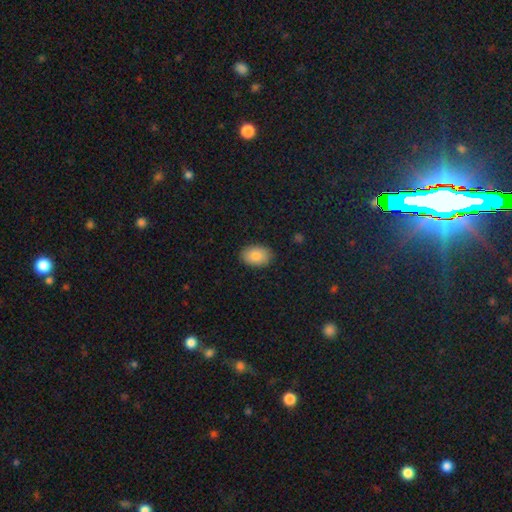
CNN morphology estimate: A smooth galaxy with no disk features (85%) that is in between round and cigar-shaped (85%).

Vote fractions:
- Smooth or featured? smooth: 85% / featured or disk: 7% / star or artifact: 7%
- How rounded? in between: 85% / round: 14% / cigar-shaped: 1%
- Merging? none: 88% / minor disturbance: 9% / major disturbance: 2% / merger: 1%